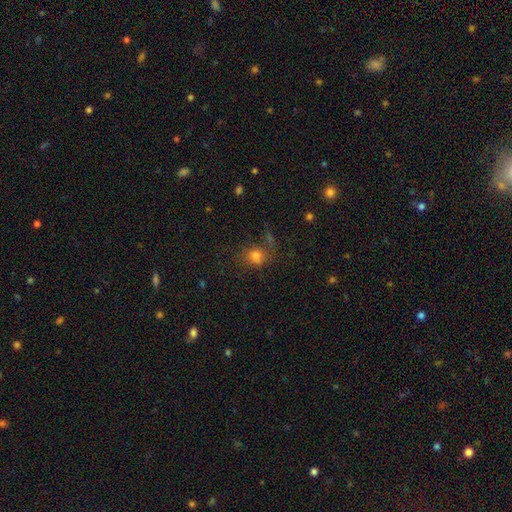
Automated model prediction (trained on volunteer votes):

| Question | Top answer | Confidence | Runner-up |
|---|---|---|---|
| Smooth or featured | smooth | 73% | star or artifact (17%) |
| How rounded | round | 68% | in between (31%) |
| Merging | none | 60% | minor disturbance (18%) |